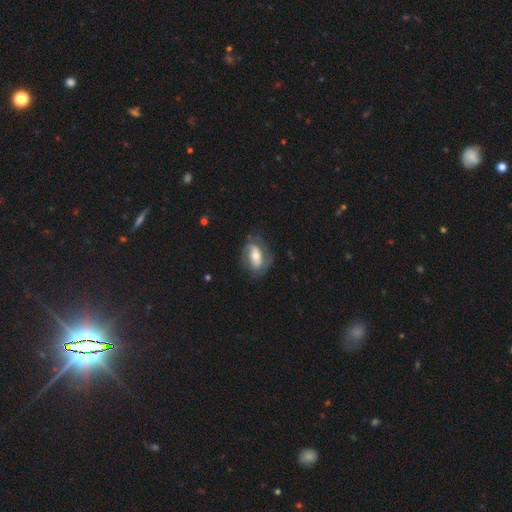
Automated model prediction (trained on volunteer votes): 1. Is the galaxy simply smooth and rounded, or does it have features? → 63% featured or disk, 30% smooth, 7% star or artifact.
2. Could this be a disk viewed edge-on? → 93% no, 7% yes.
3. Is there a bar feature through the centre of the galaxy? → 34% no, 33% strong, 33% weak.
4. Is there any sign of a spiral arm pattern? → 74% yes, 26% no.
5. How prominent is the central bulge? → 61% moderate, 25% small, 11% large, 1% dominant, 1% none.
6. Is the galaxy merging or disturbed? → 62% none, 22% minor disturbance, 14% major disturbance, 2% merger.